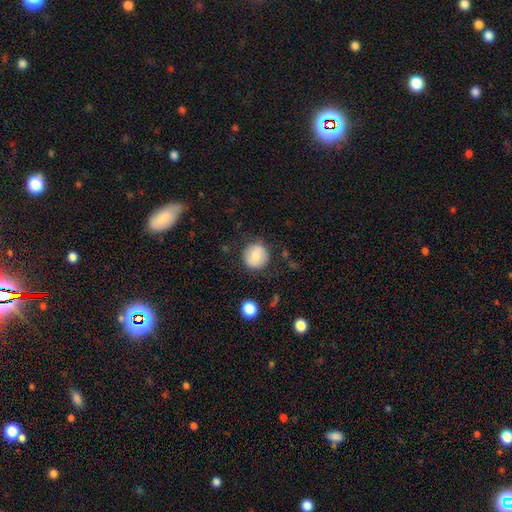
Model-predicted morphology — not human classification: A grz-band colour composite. It shows a smooth galaxy with no disk features (78%) that is round (93%). Merging: none (83%).